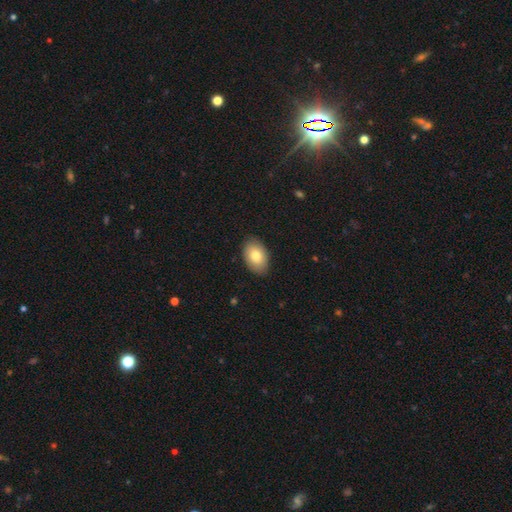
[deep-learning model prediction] Overall: smooth (81%). How rounded: in between (88%). Merging: none (87%).